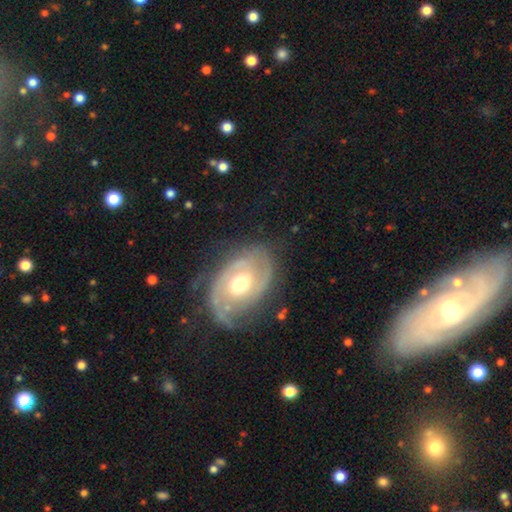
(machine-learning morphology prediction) smooth-or-featured: featured or disk: 86% | smooth: 9% | star or artifact: 5%
  disk-edge-on: no: 97% | yes: 3%
    bar: no: 61% | weak: 30% | strong: 9%
    has-spiral-arms: yes: 94% | no: 6%
      spiral-winding: tight: 61% | medium: 31% | loose: 8%
      spiral-arm-count: 2: 62% | can't tell: 15% | 3: 13% | 1: 4% | 4: 3% | more than 4: 3%
    bulge-size: moderate: 75% | large: 12% | small: 11% | dominant: 1% | none: 1%
  merging: none: 73% | minor disturbance: 19% | major disturbance: 7% | merger: 2%